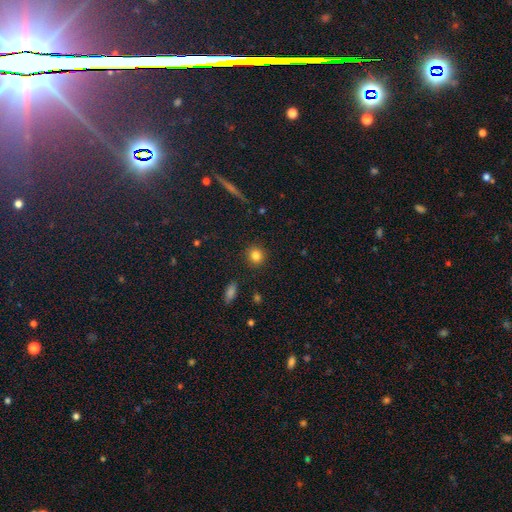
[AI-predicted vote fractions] Smooth or featured: smooth — 83% (star or artifact — 11%)
How rounded: round — 89% (in between — 10%)
Merging: none — 90% (minor disturbance — 6%)